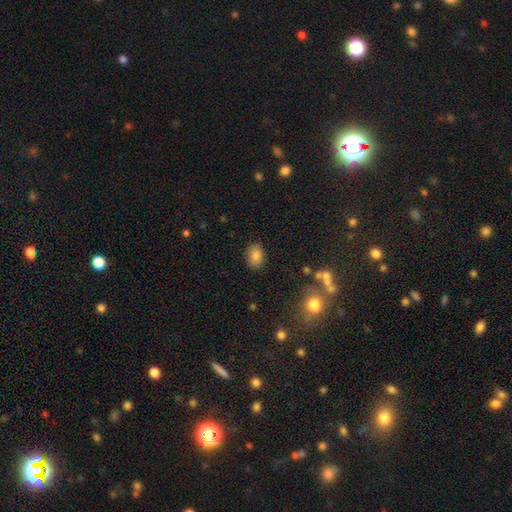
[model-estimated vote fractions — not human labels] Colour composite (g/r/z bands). It shows a smooth galaxy with no disk features (82%) that is in between round and cigar-shaped (72%). Merging: none (86%).